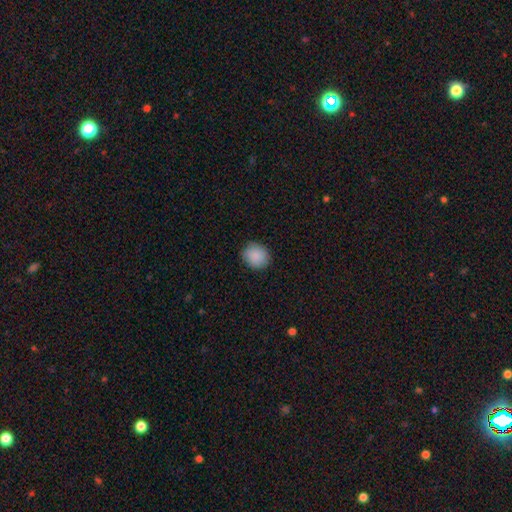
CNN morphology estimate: smooth-or-featured: smooth: 89% | star or artifact: 7% | featured or disk: 4%
  how-rounded: round: 74% | in between: 25% | cigar-shaped: 1%
  merging: none: 85% | minor disturbance: 11% | major disturbance: 2% | merger: 1%